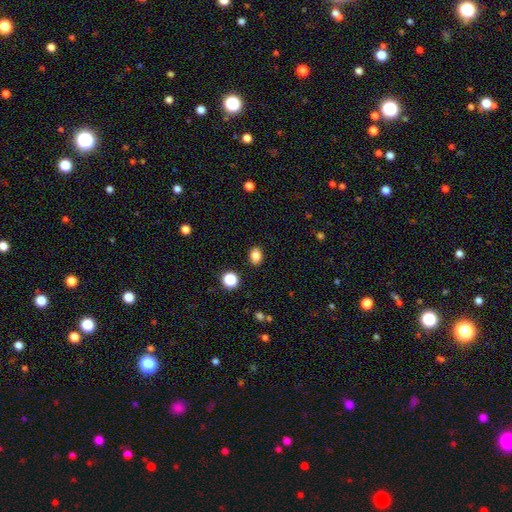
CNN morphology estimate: Q: Smooth or featured?
A: smooth (84%); runner-up: star or artifact (11%)
Q: How rounded?
A: in between (66%); runner-up: round (33%)
Q: Merging?
A: none (89%); runner-up: minor disturbance (8%)